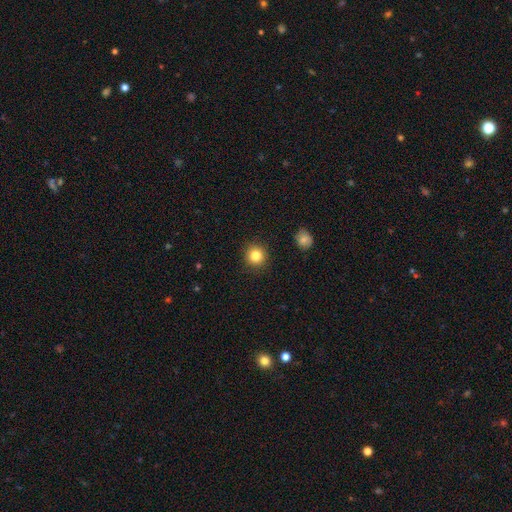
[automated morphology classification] type=smooth (83%); roundness=round (93%); merging=none (91%).